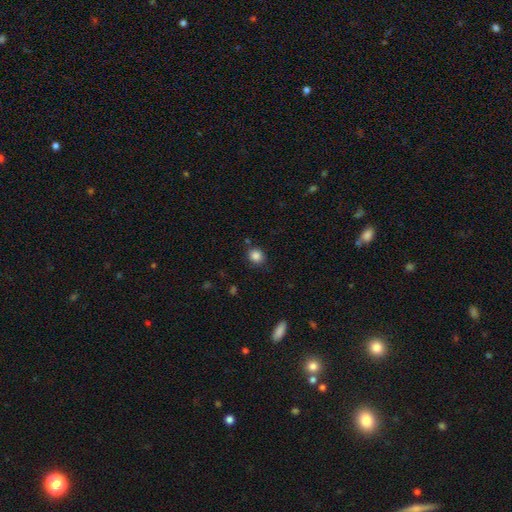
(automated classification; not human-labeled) A smooth galaxy with no disk features (86%) that is round (78%).

Vote fractions:
- Smooth or featured? smooth: 86% / star or artifact: 11% / featured or disk: 4%
- How rounded? round: 78% / in between: 21% / cigar-shaped: 1%
- Merging? none: 80% / minor disturbance: 12% / merger: 4% / major disturbance: 3%